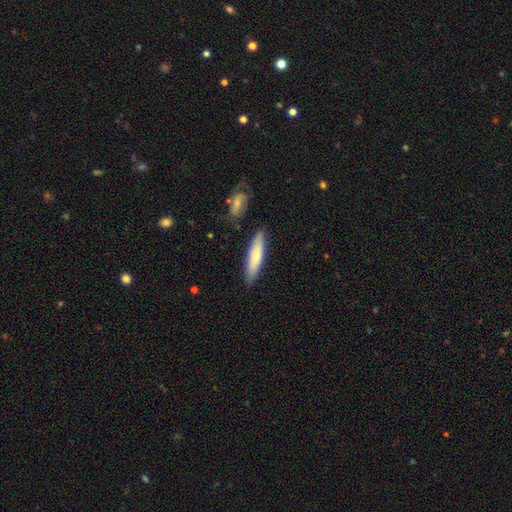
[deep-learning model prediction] Smooth or featured? smooth (75%)
How rounded? cigar-shaped (81%)
Merging? none (85%)